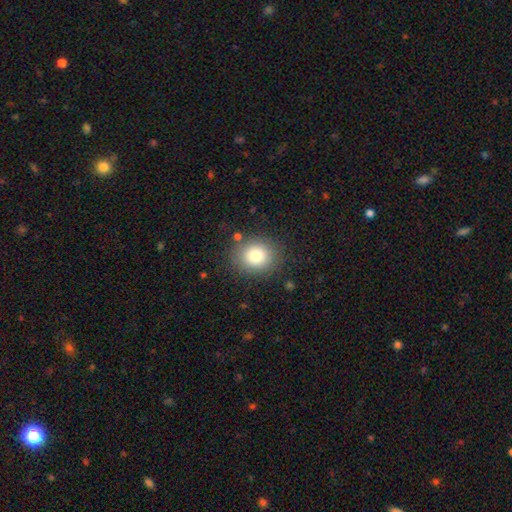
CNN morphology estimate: A smooth galaxy with no disk features (80%) that is round (74%).

Vote fractions:
- Smooth or featured? smooth: 80% / star or artifact: 11% / featured or disk: 9%
- How rounded? round: 74% / in between: 25% / cigar-shaped: 1%
- Merging? none: 84% / minor disturbance: 10% / major disturbance: 4% / merger: 2%